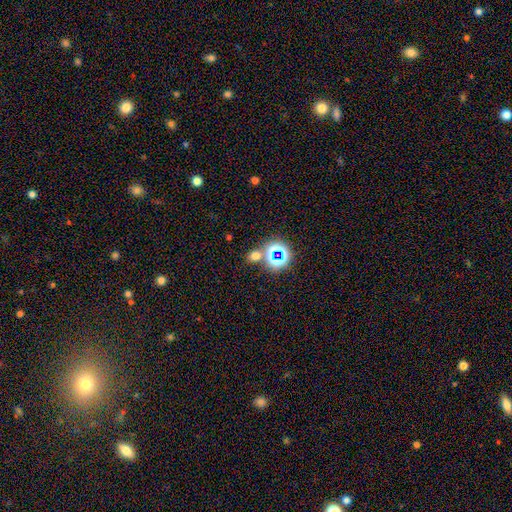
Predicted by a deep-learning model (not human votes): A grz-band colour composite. It shows a smooth galaxy with no disk features (57%) that is round (57%). Merging: none (70%).